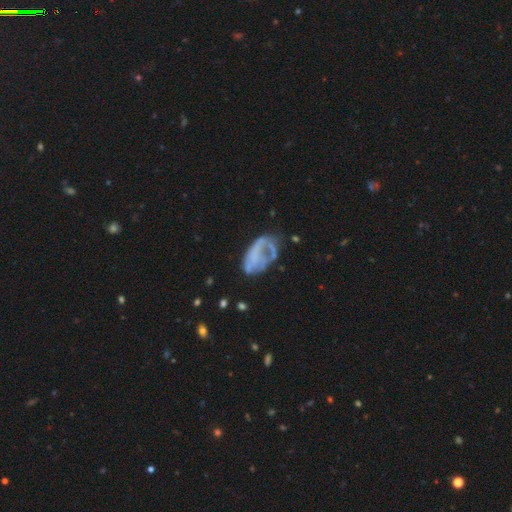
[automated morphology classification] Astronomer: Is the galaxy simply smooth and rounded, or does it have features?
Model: featured or disk — 58%.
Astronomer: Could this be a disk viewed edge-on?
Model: no — 97%.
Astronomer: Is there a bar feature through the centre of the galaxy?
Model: no — 85%.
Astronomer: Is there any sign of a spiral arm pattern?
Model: no — 72%.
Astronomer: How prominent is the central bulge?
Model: none — 78%.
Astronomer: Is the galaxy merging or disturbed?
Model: major disturbance — 39% (runner-up: none, 31%).